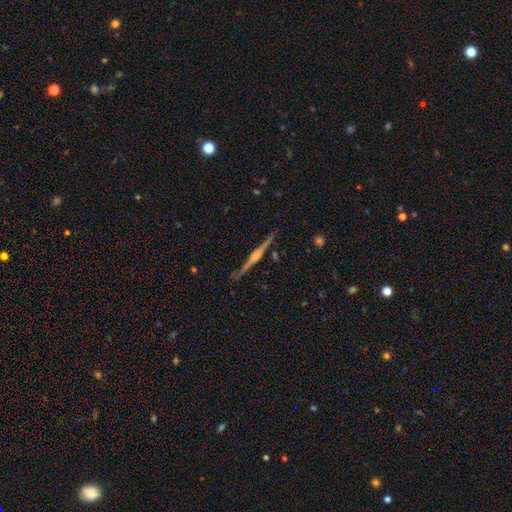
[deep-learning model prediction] smooth_or_featured: featured or disk (p=0.83) [alt: smooth p=0.10]
disk_edge_on: yes (p=0.98) [alt: no p=0.02]
edge_on_bulge: rounded (p=0.74) [alt: boxy p=0.18]
merging: none (p=0.89) [alt: minor disturbance p=0.08]